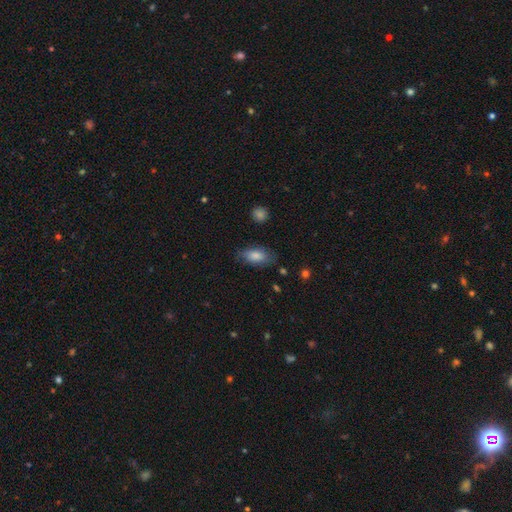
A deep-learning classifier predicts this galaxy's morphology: The model was most divided on "merging": none: 75%, minor disturbance: 18%, major disturbance: 5%, merger: 2%. More confident: how rounded — in between (89%); smooth or featured — smooth (82%).